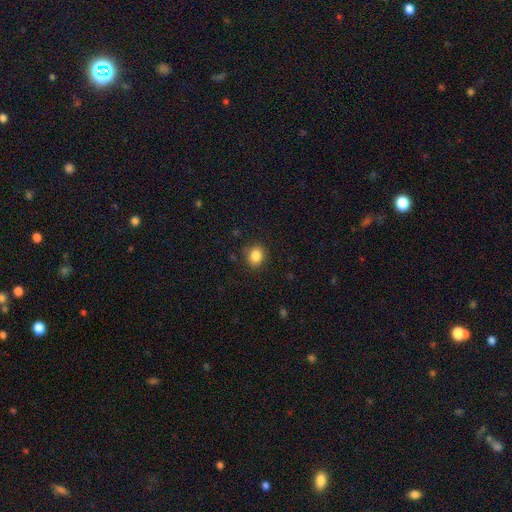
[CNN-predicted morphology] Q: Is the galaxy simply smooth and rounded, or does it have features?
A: smooth — 85%.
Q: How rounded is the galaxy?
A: round — 65%.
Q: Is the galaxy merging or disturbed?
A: none — 86%.